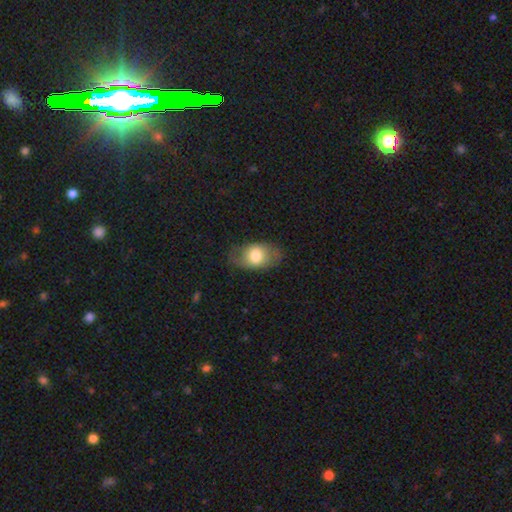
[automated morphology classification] Overall: smooth (70%). How rounded: in between (86%). Merging: none (72%).